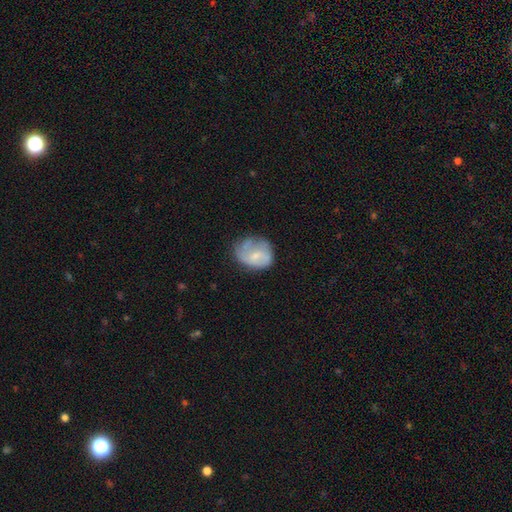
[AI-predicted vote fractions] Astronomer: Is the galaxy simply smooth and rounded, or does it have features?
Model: featured or disk — 47% (runner-up: smooth, 45%).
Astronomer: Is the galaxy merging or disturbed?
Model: none — 47% (runner-up: minor disturbance, 31%).